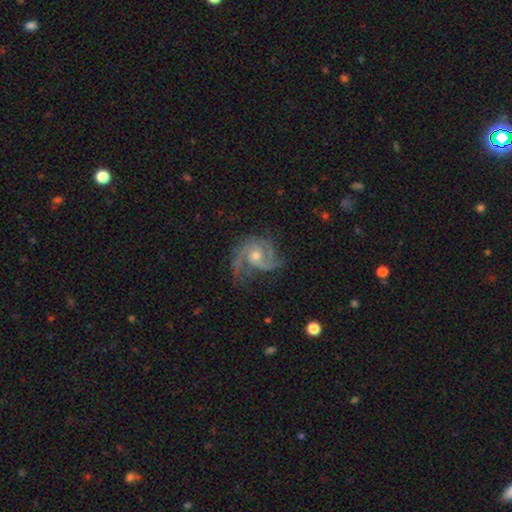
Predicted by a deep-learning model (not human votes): A featured or disk galaxy (90%) with no bar (67%), 2 (42%) medium (51%) spiral arms (98%) and a moderate central bulge (60%).

Vote fractions:
- Smooth or featured? featured or disk: 90% / smooth: 5% / star or artifact: 5%
- Edge-on disk? no: 98% / yes: 2%
- Bar? no: 67% / weak: 28% / strong: 5%
- Spiral arms? yes: 98% / no: 2%
- Spiral winding? medium: 51% / tight: 35% / loose: 14%
- Spiral arm count? 2: 42% / 3: 37% / can't tell: 7% / 4: 5% / 1: 4% / more than 4: 4%
- Bulge size? moderate: 60% / small: 35% / large: 2% / none: 2% / dominant: 1%
- Merging? none: 61% / minor disturbance: 23% / major disturbance: 14% / merger: 2%